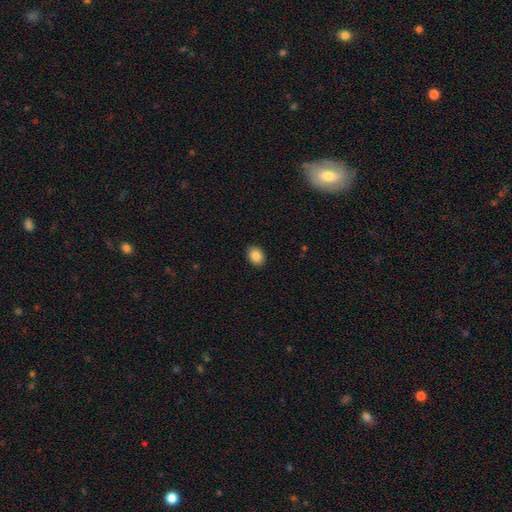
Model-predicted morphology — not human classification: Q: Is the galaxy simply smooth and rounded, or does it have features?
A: smooth — 86%.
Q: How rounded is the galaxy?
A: in between — 54%.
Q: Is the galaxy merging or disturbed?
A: none — 91%.